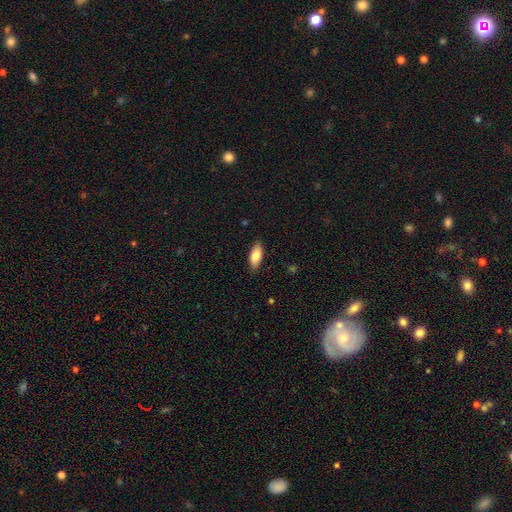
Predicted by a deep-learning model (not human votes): A smooth galaxy with no disk features (79%) that is in between round and cigar-shaped (81%). Merging: none (86%).